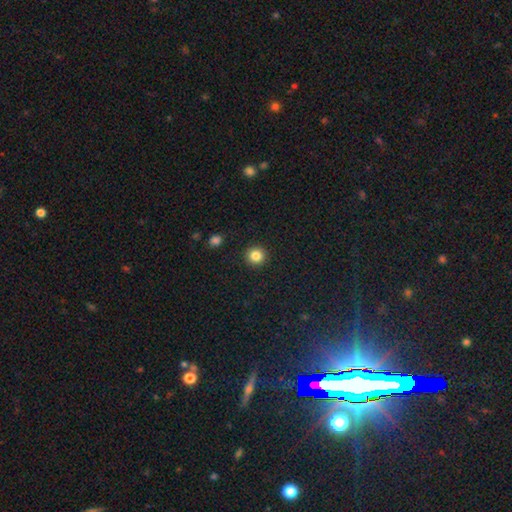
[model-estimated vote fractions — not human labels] This is clearly a smooth galaxy (85%). How rounded: clearly round (94%). Merging: clearly none (93%).